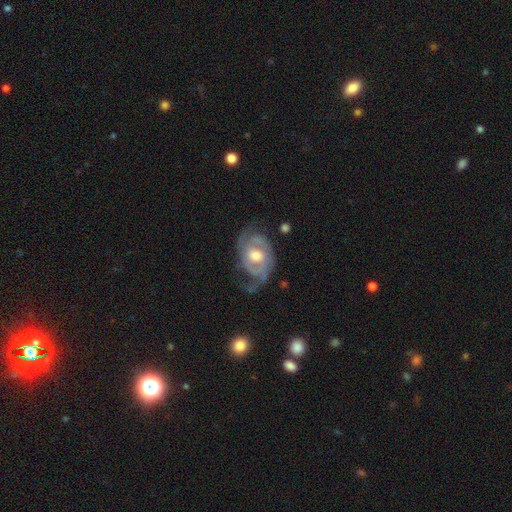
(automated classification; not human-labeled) featured or disk 85%, smooth 10%, star or artifact 5%. Down the decision tree: edge-on disk — no (97%); bar — no (54%); spiral arms — yes (93%); spiral arm count — 2 (61%); spiral winding — tight (42%); bulge size — moderate (74%); merging — none (53%).